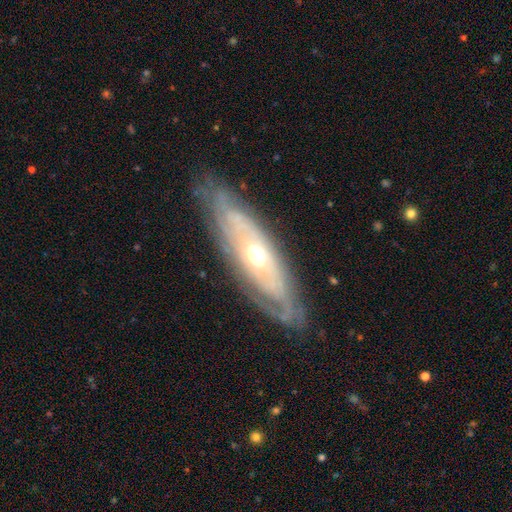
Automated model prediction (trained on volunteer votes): Smooth or featured? featured or disk (82%)
Edge-on disk? no (75%)
Bar? no (81%)
Spiral arms? yes (80%)
Bulge size? moderate (71%)
Merging? none (78%)